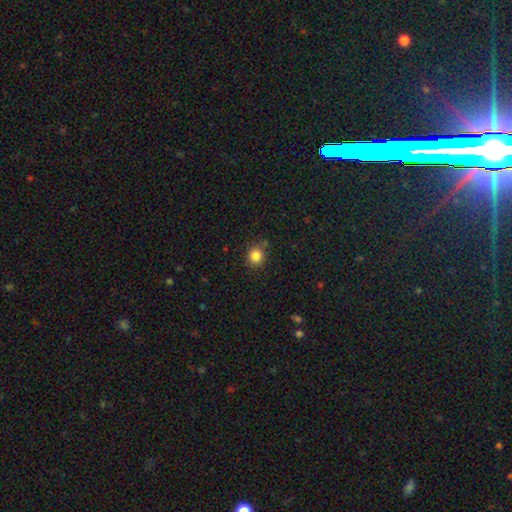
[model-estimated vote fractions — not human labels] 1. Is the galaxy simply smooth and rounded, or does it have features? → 84% smooth, 12% star or artifact, 5% featured or disk.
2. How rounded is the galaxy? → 83% round, 16% in between, 1% cigar-shaped.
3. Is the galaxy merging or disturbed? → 83% none, 11% minor disturbance, 4% merger, 3% major disturbance.